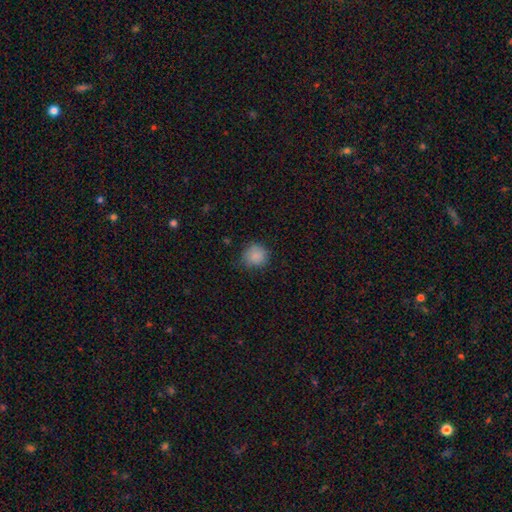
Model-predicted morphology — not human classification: Smooth or featured? smooth (86%)
How rounded? round (89%)
Merging? none (77%)